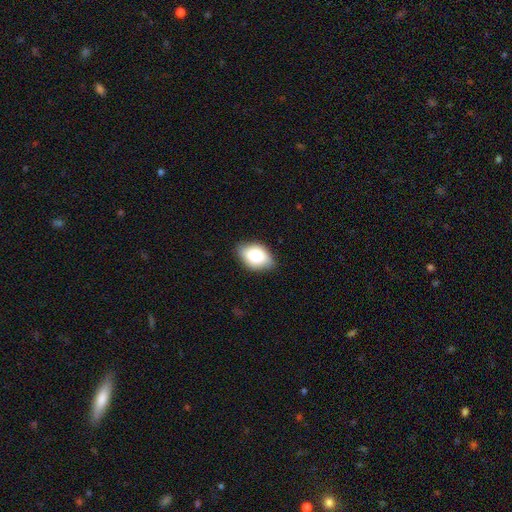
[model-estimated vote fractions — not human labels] Overall: smooth (80%). How rounded: in between (87%). Merging: none (80%).